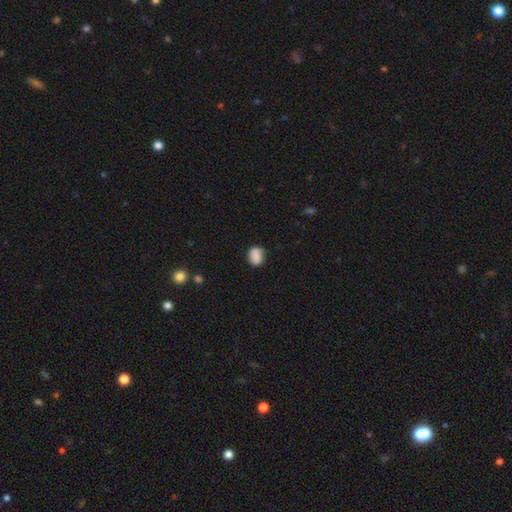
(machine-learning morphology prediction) Smooth or featured?
  - smooth: 83% *
  - star or artifact: 9%
  - featured or disk: 8%
How rounded?
  - in between: 52% *
  - round: 47%
  - cigar-shaped: 1%
Merging?
  - none: 74% *
  - minor disturbance: 19%
  - major disturbance: 4%
  - merger: 2%